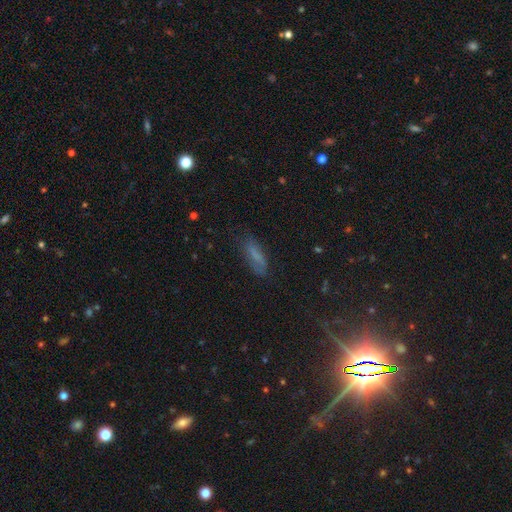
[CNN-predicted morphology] This is likely a smooth galaxy (61%). How rounded: possibly cigar-shaped (55%). Merging: likely none (70%).